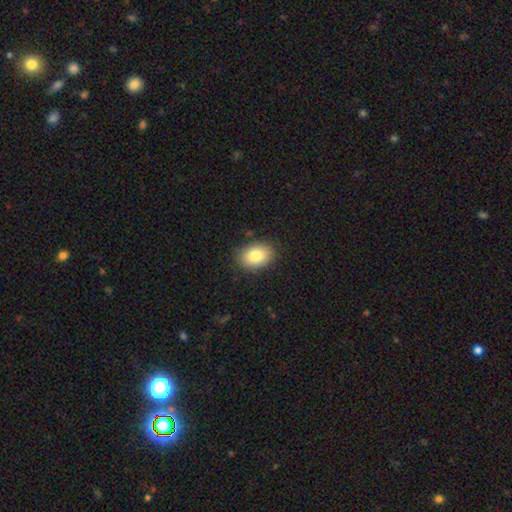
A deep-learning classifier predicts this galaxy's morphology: A smooth galaxy with no disk features (83%) that is in between round and cigar-shaped (78%). Merging: none (86%).